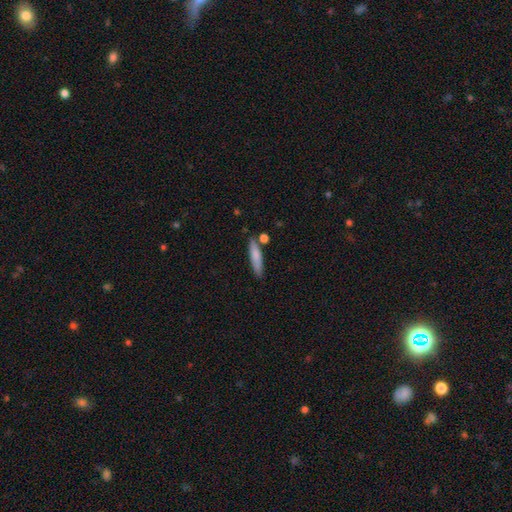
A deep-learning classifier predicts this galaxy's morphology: Smooth or featured?
  - smooth: 79% *
  - featured or disk: 15%
  - star or artifact: 6%
How rounded?
  - cigar-shaped: 79% *
  - in between: 19%
  - round: 2%
Merging?
  - none: 76% *
  - minor disturbance: 13%
  - merger: 8%
  - major disturbance: 3%